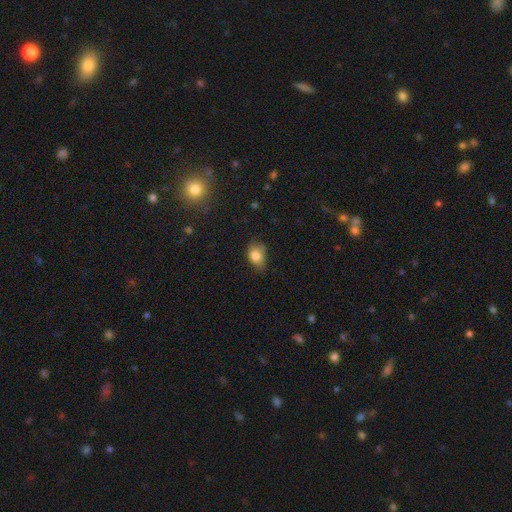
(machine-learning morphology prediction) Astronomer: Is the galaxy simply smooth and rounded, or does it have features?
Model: smooth — 81%.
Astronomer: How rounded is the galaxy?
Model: in between — 72%.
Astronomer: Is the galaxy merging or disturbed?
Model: none — 61%.